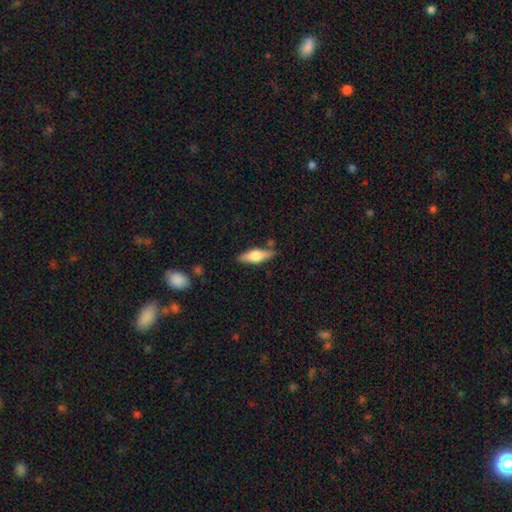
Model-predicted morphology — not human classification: type=smooth (50%); merging=none (81%).